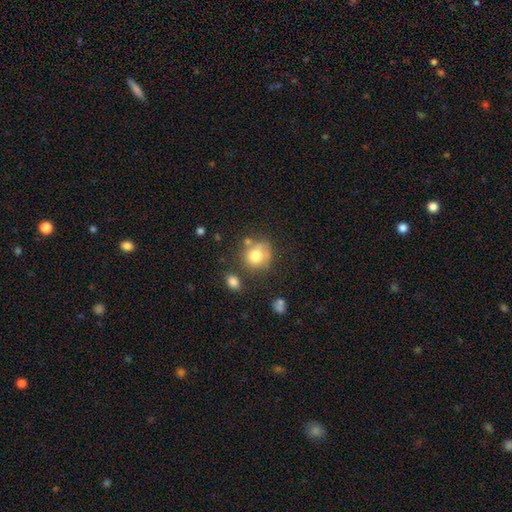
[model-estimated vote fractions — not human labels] The model was most divided on "merging": none: 55%, minor disturbance: 19%, merger: 17%, major disturbance: 9%. More confident: how rounded — round (82%); smooth or featured — smooth (73%).